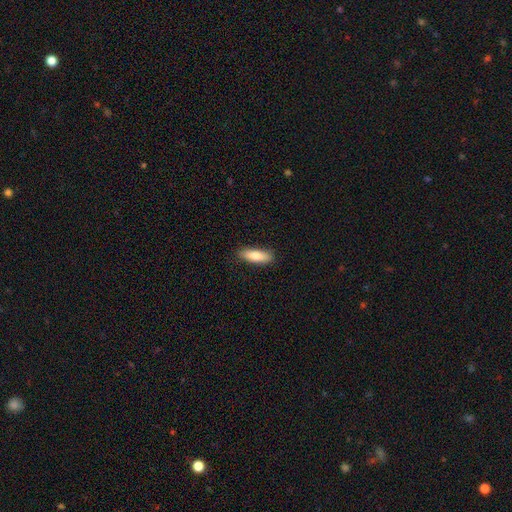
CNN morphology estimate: Smooth or featured? smooth (81%)
How rounded? cigar-shaped (51%)
Merging? none (88%)